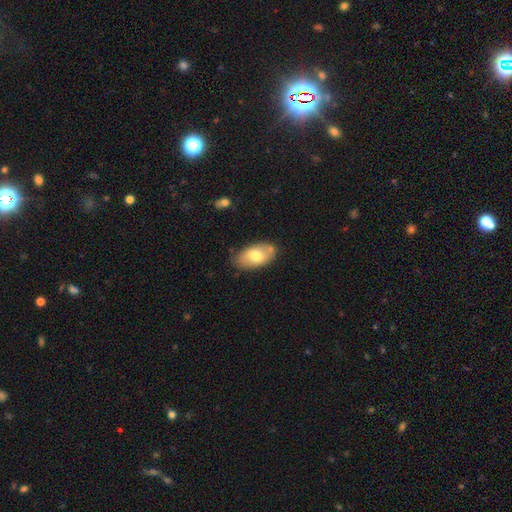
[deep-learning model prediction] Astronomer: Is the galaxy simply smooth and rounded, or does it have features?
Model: smooth — 66%.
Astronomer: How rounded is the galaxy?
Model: in between — 94%.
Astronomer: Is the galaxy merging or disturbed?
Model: none — 73%.